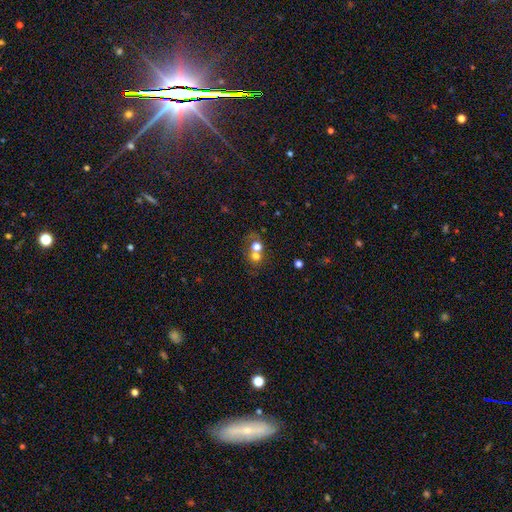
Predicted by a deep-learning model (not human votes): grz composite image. It shows a smooth galaxy with no disk features (64%) that is round (76%). Merging: merger (54%).